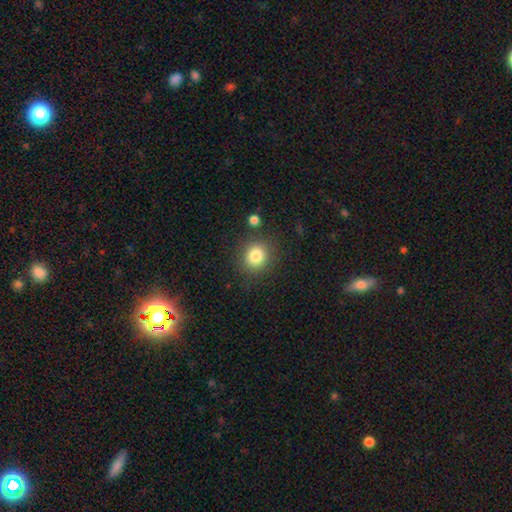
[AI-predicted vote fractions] smooth 83%, star or artifact 11%, featured or disk 7%. Down the decision tree: how rounded — round (85%); merging — none (84%).